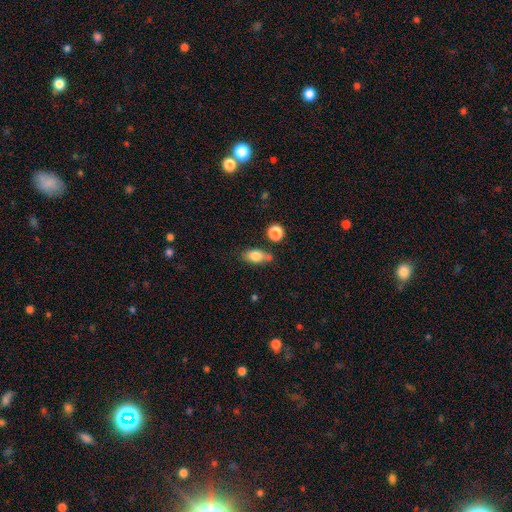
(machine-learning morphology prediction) Smooth or featured? smooth (80%)
How rounded? in between (81%)
Merging? none (62%)